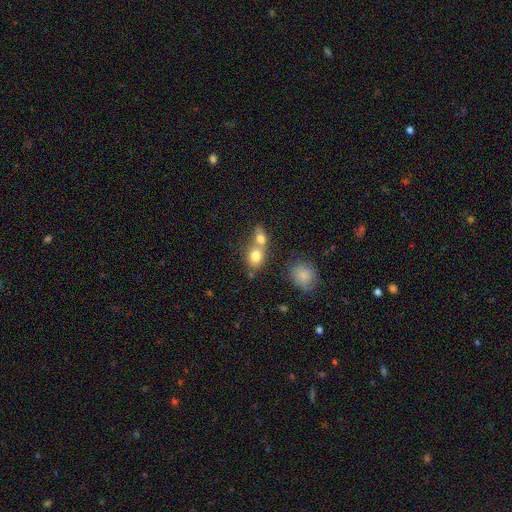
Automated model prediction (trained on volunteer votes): Morphology: type=smooth (78%); roundness=round (49%, tied with in between); merging=merger (58%).